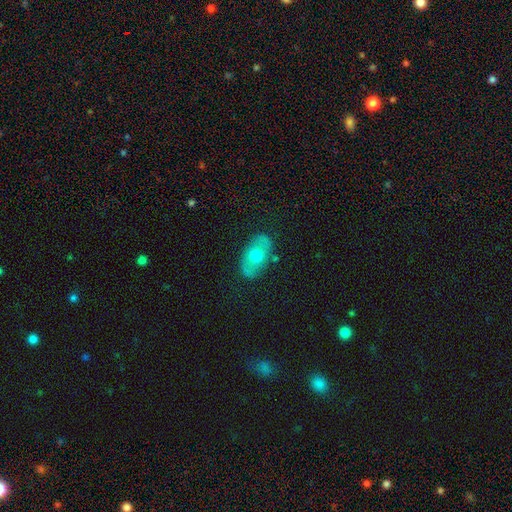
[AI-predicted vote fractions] smooth-or-featured: smooth: 55% | featured or disk: 39% | star or artifact: 6%
  how-rounded: in between: 88% | round: 9% | cigar-shaped: 2%
  merging: none: 81% | minor disturbance: 14% | major disturbance: 4% | merger: 2%